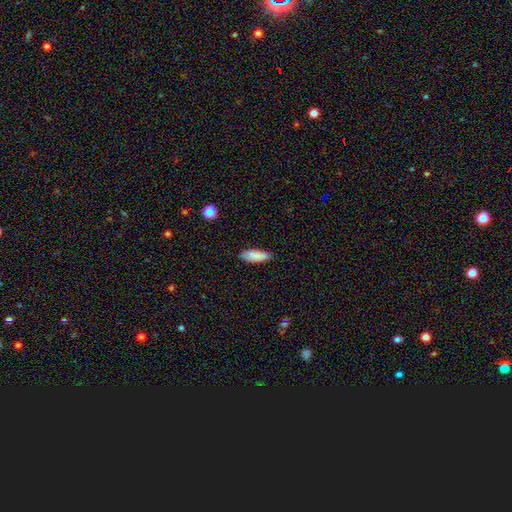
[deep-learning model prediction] smooth_or_featured: smooth (p=0.86) [alt: featured or disk p=0.07]
how_rounded: in between (p=0.63) [alt: cigar-shaped p=0.35]
merging: none (p=0.84) [alt: minor disturbance p=0.13]